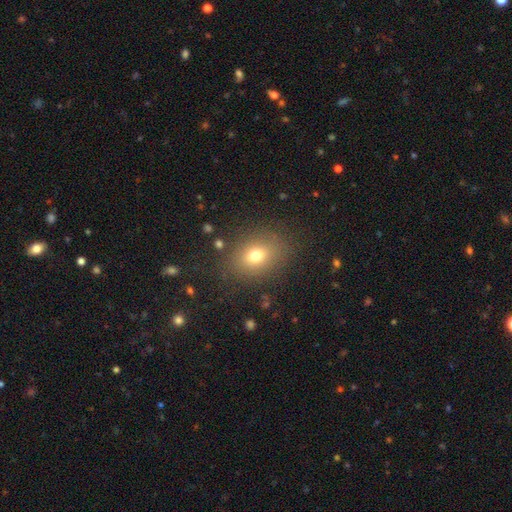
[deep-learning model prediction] Q: Smooth or featured?
A: smooth (72%); runner-up: star or artifact (15%)
Q: How rounded?
A: in between (54%); runner-up: round (44%)
Q: Merging?
A: none (82%); runner-up: minor disturbance (11%)